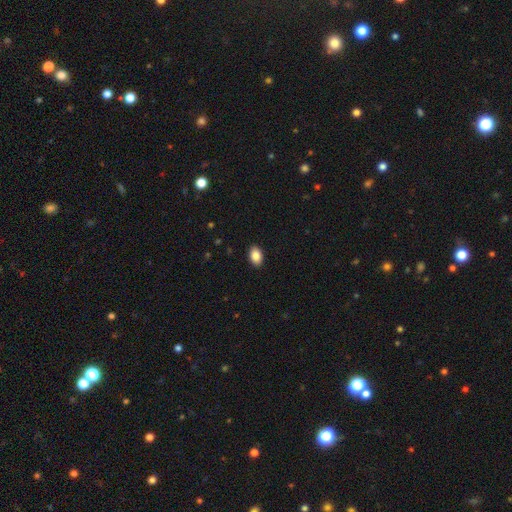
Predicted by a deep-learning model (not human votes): Overall: smooth (88%). How rounded: in between (89%). Merging: none (91%).